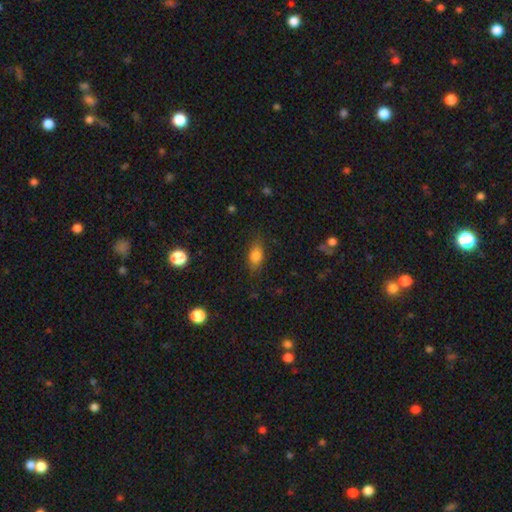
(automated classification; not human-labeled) smooth-or-featured: smooth: 77% | featured or disk: 13% | star or artifact: 10%
  how-rounded: in between: 81% | cigar-shaped: 11% | round: 7%
  merging: none: 80% | minor disturbance: 15% | major disturbance: 4% | merger: 1%